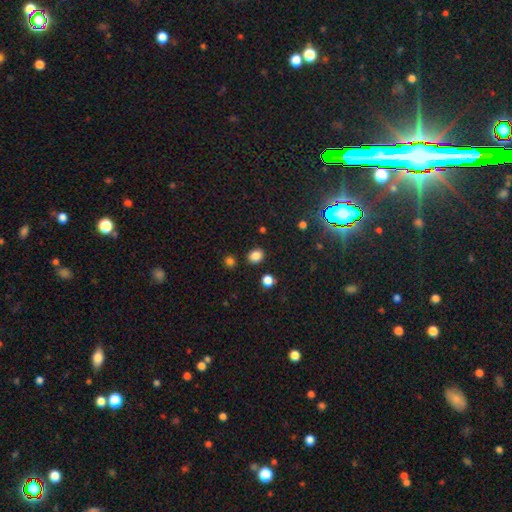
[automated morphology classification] smooth_or_featured: smooth (p=0.84) [alt: star or artifact p=0.12]
how_rounded: round (p=0.54) [alt: in between p=0.45]
merging: none (p=0.85) [alt: minor disturbance p=0.08]